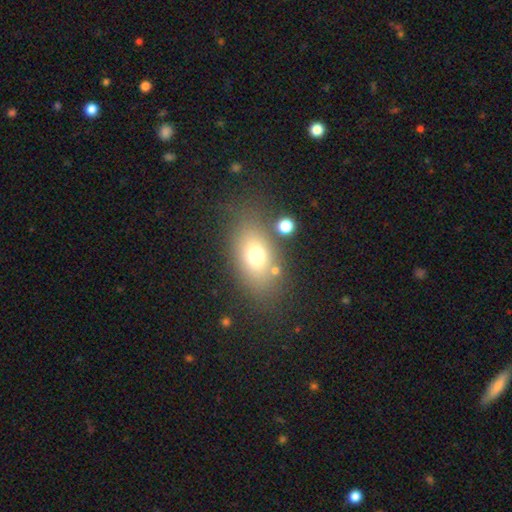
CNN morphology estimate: type=smooth (69%); roundness=in between (78%); merging=none (72%).